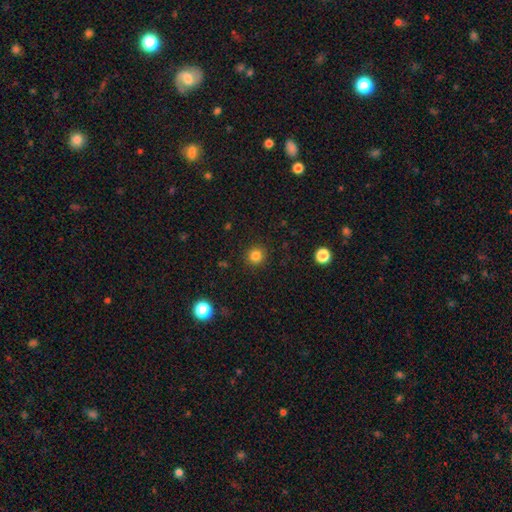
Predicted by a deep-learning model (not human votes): This is clearly a smooth galaxy (82%). How rounded: clearly round (94%). Merging: clearly none (91%).